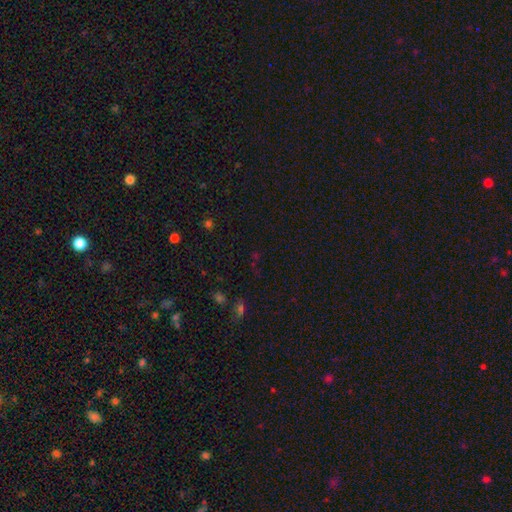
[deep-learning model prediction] Smooth or featured?
  - star or artifact: 63% *
  - smooth: 29%
  - featured or disk: 8%